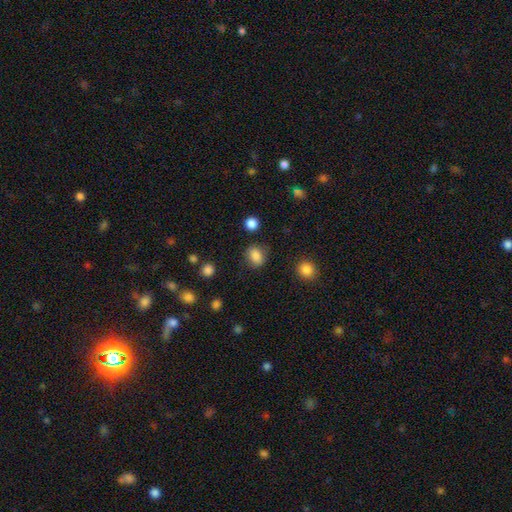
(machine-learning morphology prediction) smooth 85%, star or artifact 10%, featured or disk 5%. Down the decision tree: how rounded — in between (50%); merging — none (80%).